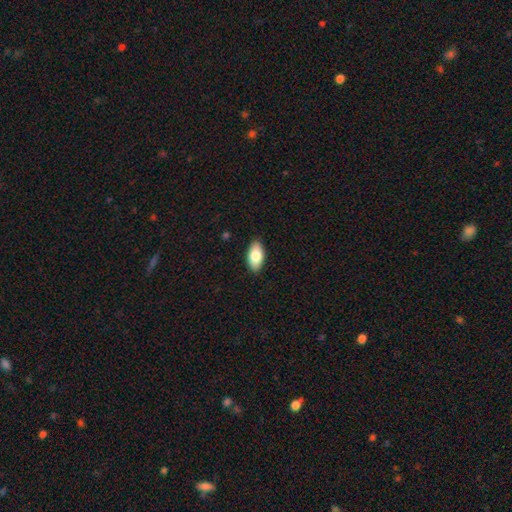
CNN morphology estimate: The model was most divided on "smooth or featured": smooth: 81%, featured or disk: 12%, star or artifact: 6%. More confident: how rounded — in between (94%); merging — none (89%).